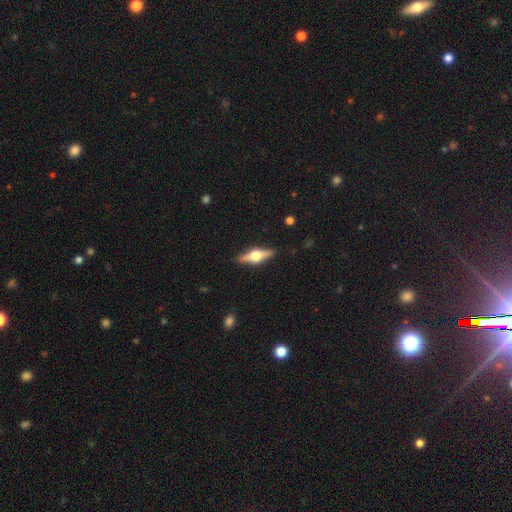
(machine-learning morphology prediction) Smooth or featured? Predicted: featured or disk (p=0.76). Edge-on disk? Predicted: yes (p=0.97). Edge-on bulge? Predicted: rounded (p=0.95). Merging? Predicted: none (p=0.89).